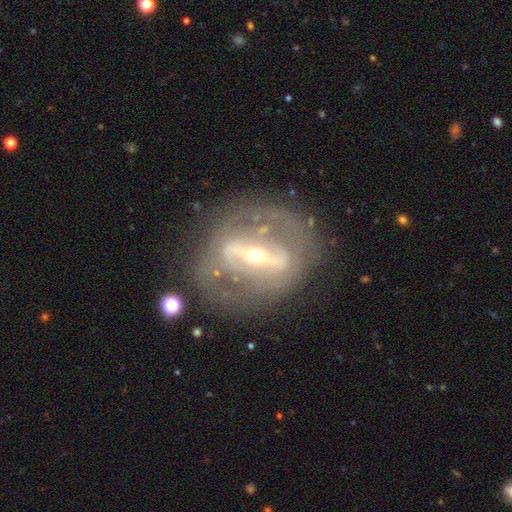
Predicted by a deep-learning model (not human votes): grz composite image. It shows a featured or disk galaxy (82%) with a strong bar (75%), no spiral arms (55%) and a small central bulge (56%). Merging: none (73%).